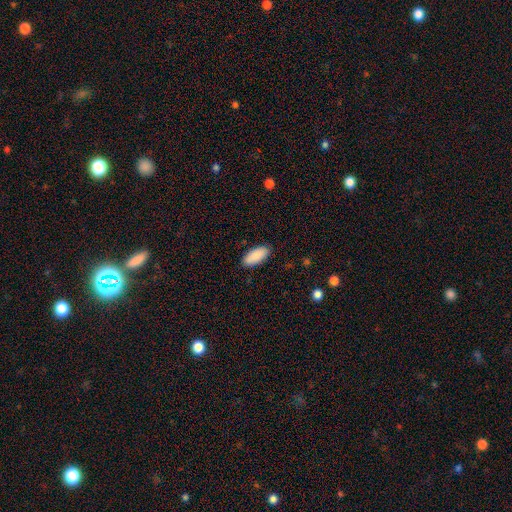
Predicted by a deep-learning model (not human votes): smooth_or_featured: smooth (p=0.90) [alt: star or artifact p=0.06]
how_rounded: in between (p=0.89) [alt: cigar-shaped p=0.09]
merging: none (p=0.88) [alt: minor disturbance p=0.09]